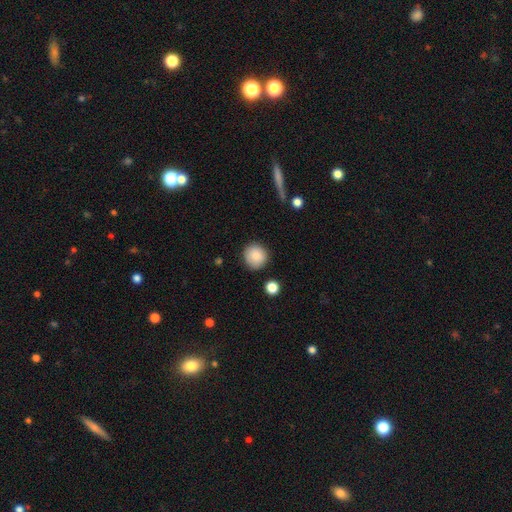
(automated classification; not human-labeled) Overall: smooth (86%). How rounded: round (93%). Merging: none (88%).